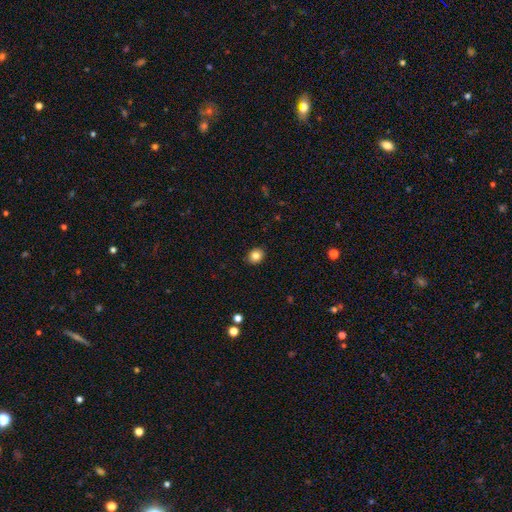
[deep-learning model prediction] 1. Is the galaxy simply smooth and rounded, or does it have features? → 83% smooth, 10% star or artifact, 7% featured or disk.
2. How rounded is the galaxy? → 64% round, 35% in between, 1% cigar-shaped.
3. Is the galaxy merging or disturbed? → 91% none, 7% minor disturbance, 2% major disturbance, 1% merger.